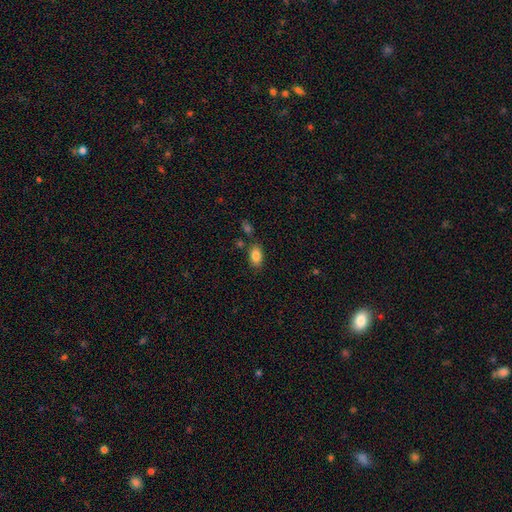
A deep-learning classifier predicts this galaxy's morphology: Smooth or featured?
  - smooth: 85% *
  - star or artifact: 8%
  - featured or disk: 7%
How rounded?
  - in between: 91% *
  - round: 6%
  - cigar-shaped: 2%
Merging?
  - none: 78% *
  - minor disturbance: 12%
  - merger: 7%
  - major disturbance: 3%